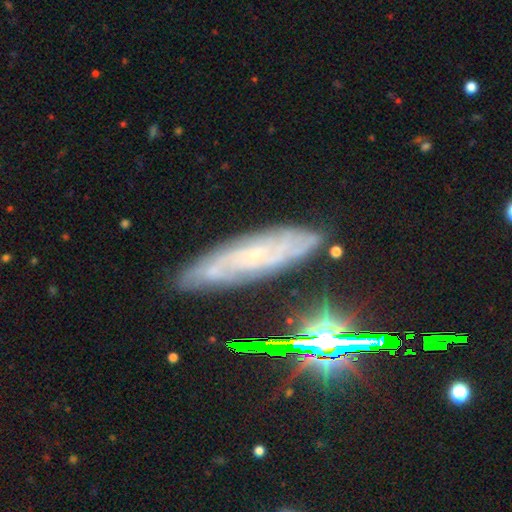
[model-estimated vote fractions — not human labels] A featured or disk galaxy (67%).

Vote fractions:
- Smooth or featured? featured or disk: 67% / smooth: 18% / star or artifact: 15%
- Edge-on disk? no: 73% / yes: 27%
- Merging? none: 80% / minor disturbance: 14% / major disturbance: 3% / merger: 2%